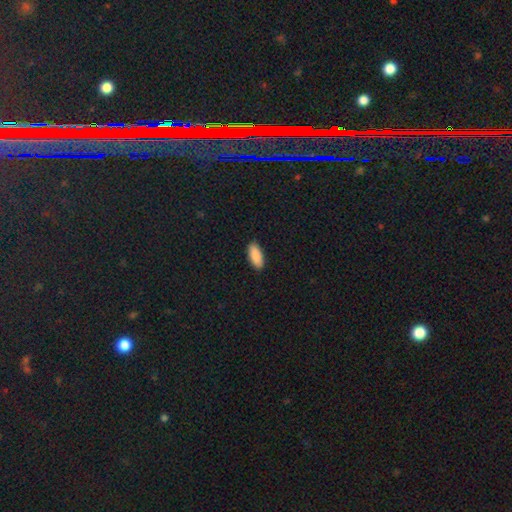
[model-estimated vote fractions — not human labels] smooth_or_featured: smooth (p=0.89) [alt: star or artifact p=0.06]
how_rounded: in between (p=0.86) [alt: cigar-shaped p=0.12]
merging: none (p=0.90) [alt: minor disturbance p=0.08]